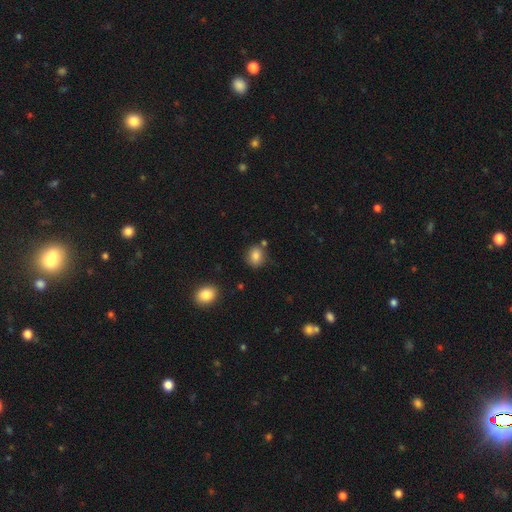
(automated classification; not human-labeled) smooth-or-featured: smooth: 83% | star or artifact: 10% | featured or disk: 7%
  how-rounded: round: 60% | in between: 39% | cigar-shaped: 1%
  merging: none: 75% | minor disturbance: 15% | merger: 7% | major disturbance: 3%